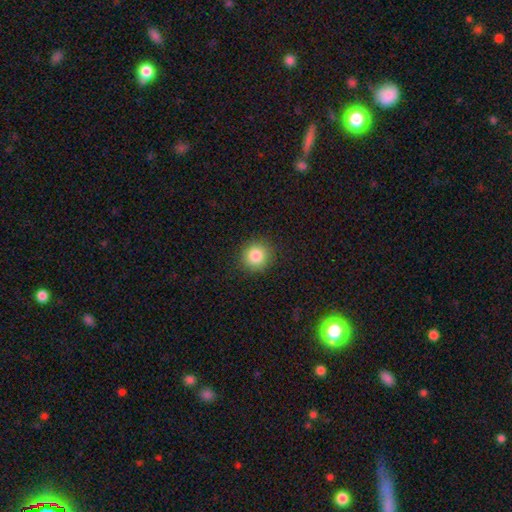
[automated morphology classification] type=smooth (85%); roundness=round (90%); merging=none (90%).